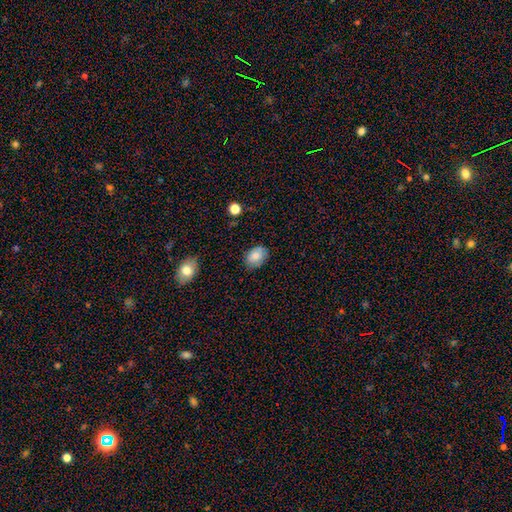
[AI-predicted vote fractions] Overall: smooth (83%). How rounded: in between (75%). Merging: none (77%).